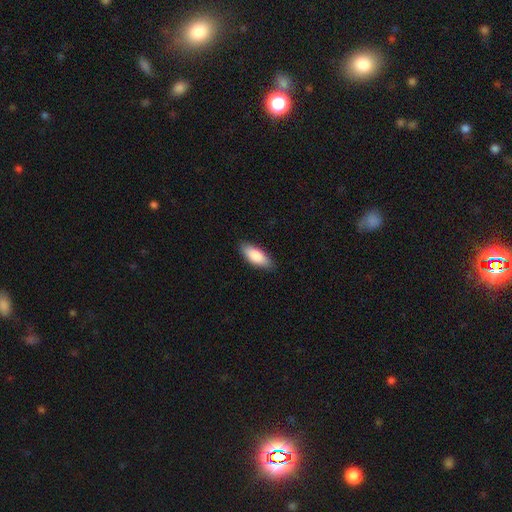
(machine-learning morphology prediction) Smooth or featured?
  - smooth: 86% *
  - featured or disk: 9%
  - star or artifact: 5%
How rounded?
  - in between: 78% *
  - cigar-shaped: 20%
  - round: 2%
Merging?
  - none: 86% *
  - minor disturbance: 11%
  - major disturbance: 2%
  - merger: 1%